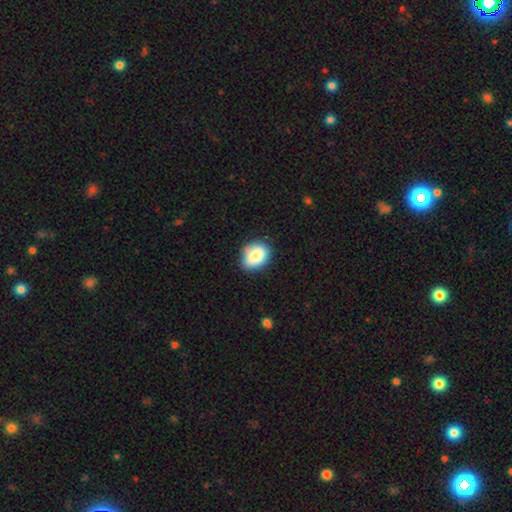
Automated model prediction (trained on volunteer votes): A smooth galaxy with no disk features (83%) that is in between round and cigar-shaped (57%).

Vote fractions:
- Smooth or featured? smooth: 83% / featured or disk: 9% / star or artifact: 8%
- How rounded? in between: 57% / round: 42% / cigar-shaped: 1%
- Merging? none: 73% / minor disturbance: 20% / major disturbance: 4% / merger: 2%